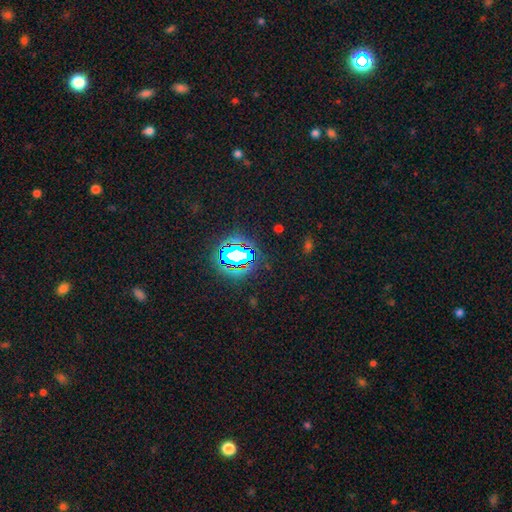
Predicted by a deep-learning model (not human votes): star or artifact 79%, smooth 14%, featured or disk 7%.